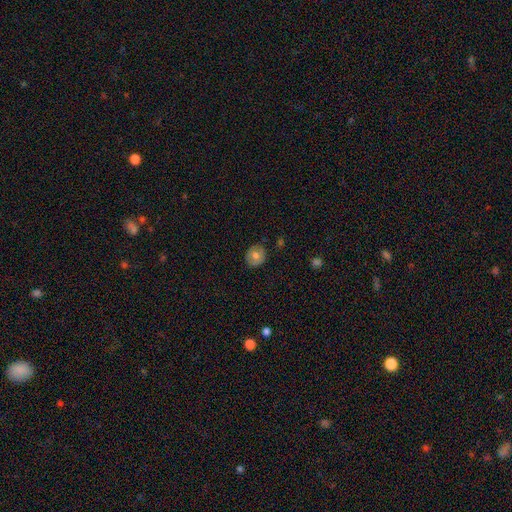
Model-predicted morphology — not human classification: smooth_or_featured: smooth (p=0.63) [alt: featured or disk p=0.29]
how_rounded: round (p=0.74) [alt: in between p=0.25]
merging: none (p=0.80) [alt: minor disturbance p=0.16]